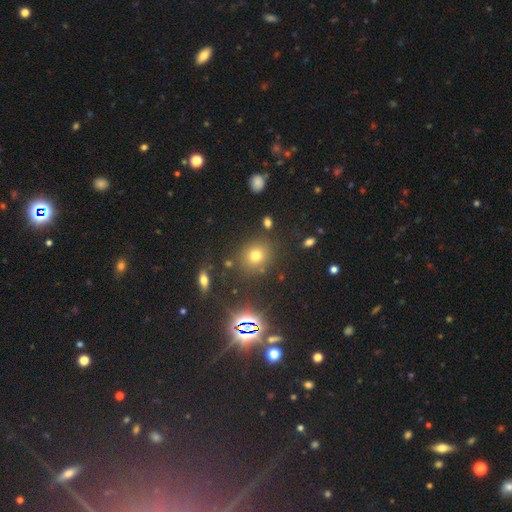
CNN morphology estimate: A smooth galaxy with no disk features (66%) that is round (80%). Merging: none (82%).